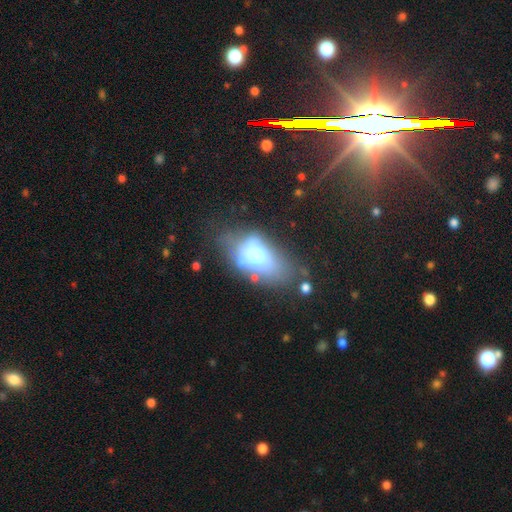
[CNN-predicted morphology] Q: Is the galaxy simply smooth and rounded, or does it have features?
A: smooth — 58%.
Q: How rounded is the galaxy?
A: in between — 86%.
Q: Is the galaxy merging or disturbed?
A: none — 32%.